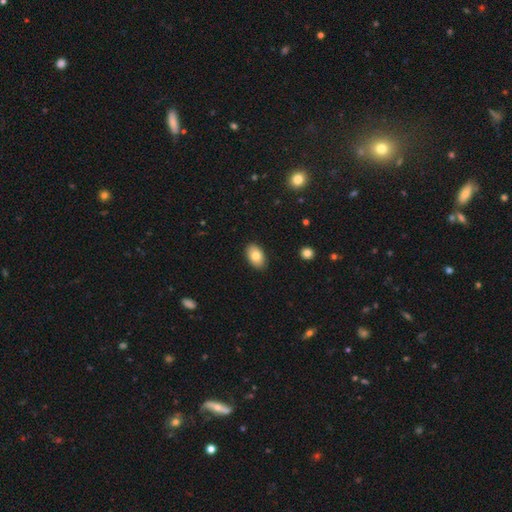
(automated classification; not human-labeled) Smooth or featured: smooth — 81% (featured or disk — 12%)
How rounded: in between — 92% (round — 7%)
Merging: none — 89% (minor disturbance — 8%)